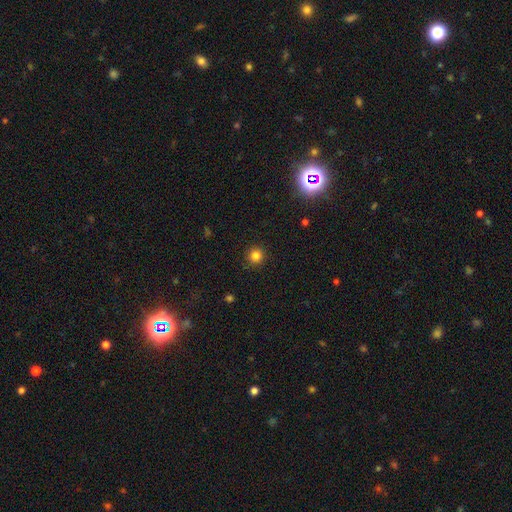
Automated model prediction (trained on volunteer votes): This appears to be a smooth galaxy with no disk features (83%) that is round (94%). Merging: none (91%).